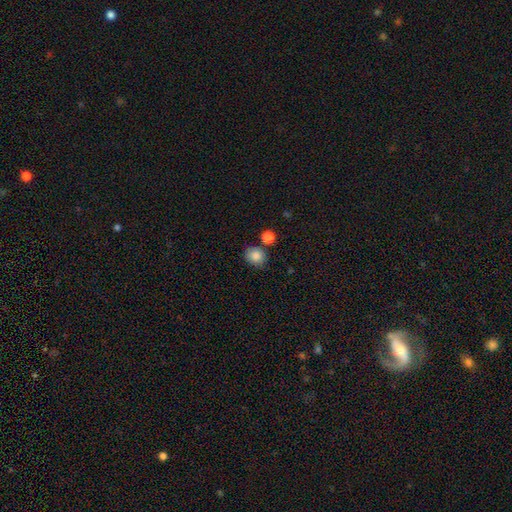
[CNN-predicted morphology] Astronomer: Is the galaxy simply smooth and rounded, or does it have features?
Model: smooth — 85%.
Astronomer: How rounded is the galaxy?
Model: round — 70%.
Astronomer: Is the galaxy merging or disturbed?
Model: none — 77%.